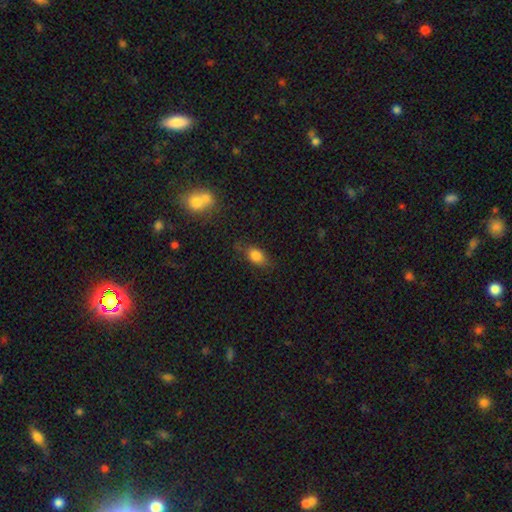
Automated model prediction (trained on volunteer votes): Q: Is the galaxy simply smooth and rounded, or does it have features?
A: smooth — 82%.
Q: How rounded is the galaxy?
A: in between — 83%.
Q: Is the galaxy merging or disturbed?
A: none — 73%.